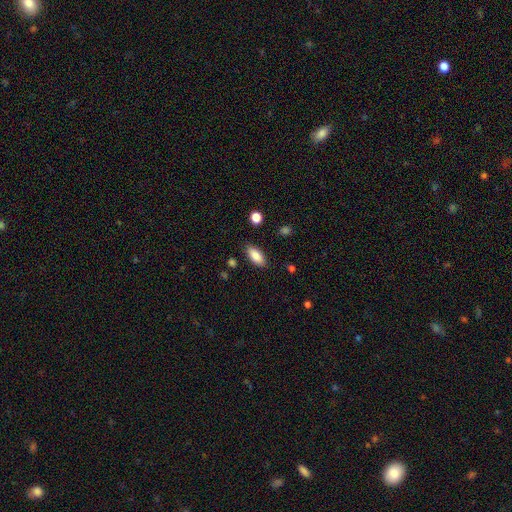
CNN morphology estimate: Smooth or featured?
  - smooth: 86% *
  - featured or disk: 7%
  - star or artifact: 7%
How rounded?
  - in between: 85% *
  - cigar-shaped: 13%
  - round: 2%
Merging?
  - none: 86% *
  - minor disturbance: 10%
  - major disturbance: 3%
  - merger: 2%